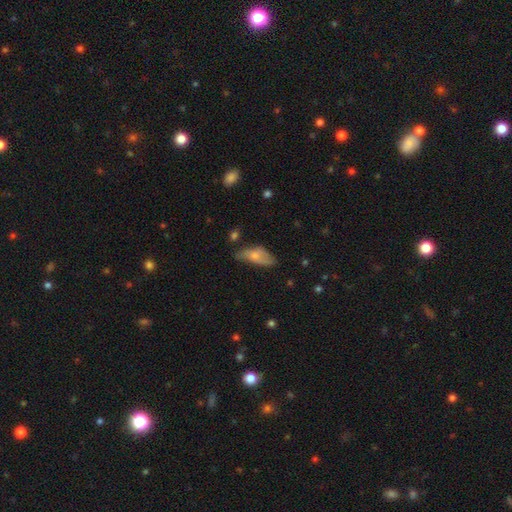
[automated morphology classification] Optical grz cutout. It shows a smooth galaxy with no disk features (64%) that is in between round and cigar-shaped (81%). Merging: none (40%).